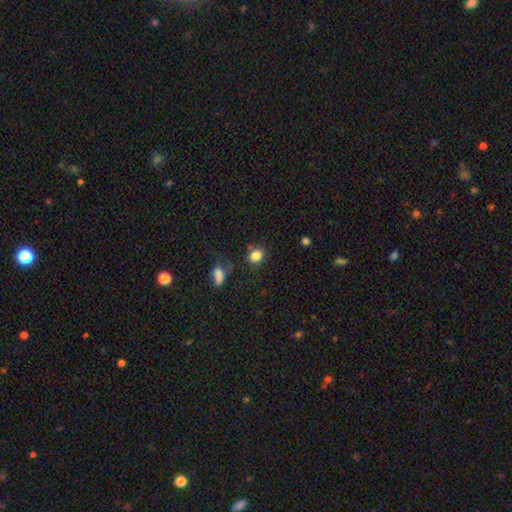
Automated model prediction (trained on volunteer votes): A smooth galaxy with no disk features (84%) that is round (53%). Merging: none (70%).